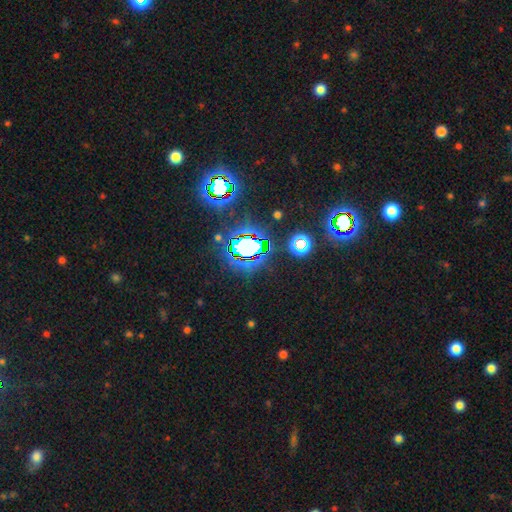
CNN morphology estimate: This appears to be a star or artifact, not a galaxy (82%).